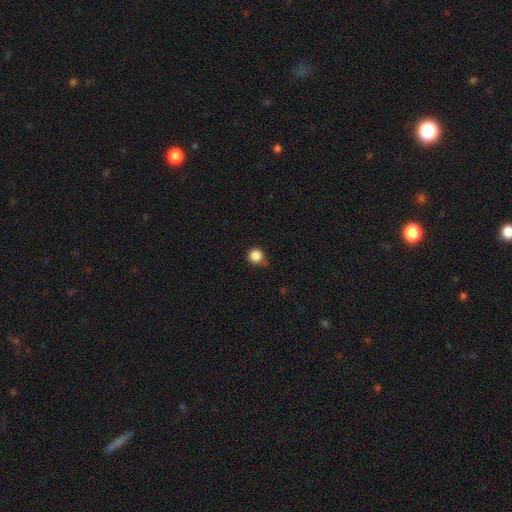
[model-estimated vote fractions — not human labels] smooth-or-featured: smooth: 87% | star or artifact: 10% | featured or disk: 3%
  how-rounded: round: 94% | in between: 5% | cigar-shaped: 1%
  merging: none: 69% | minor disturbance: 23% | major disturbance: 5% | merger: 3%